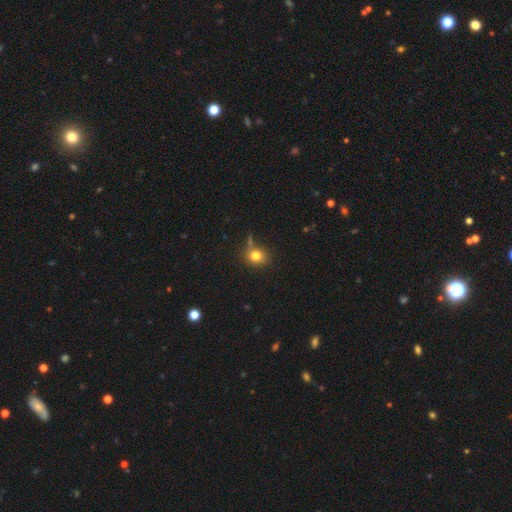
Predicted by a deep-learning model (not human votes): This appears to be a smooth galaxy with no disk features (78%) that is round (67%). Merging: none (66%).